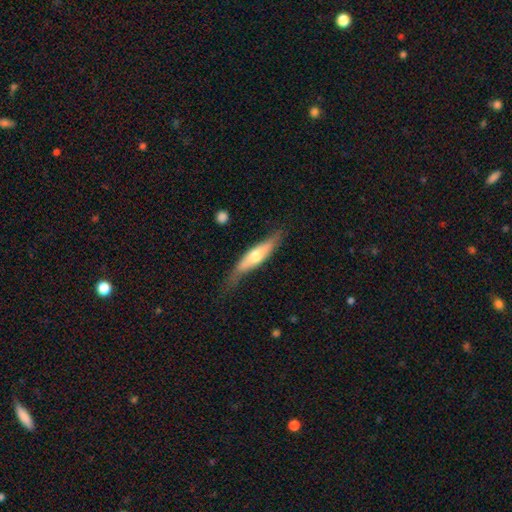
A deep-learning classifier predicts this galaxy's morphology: A featured or disk galaxy (49%). Merging: none (67%).